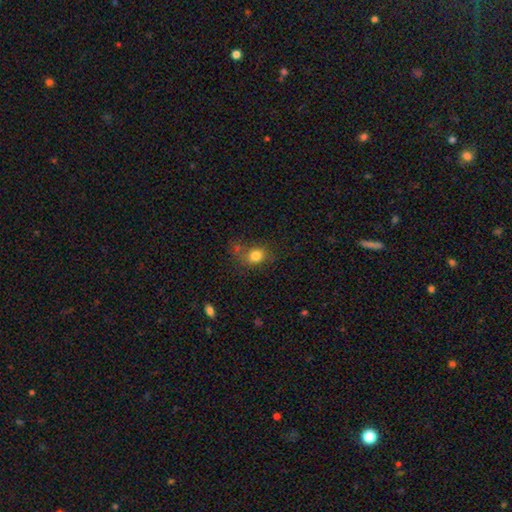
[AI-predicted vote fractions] Morphology: type=smooth (81%); roundness=round (53%); merging=none (59%).